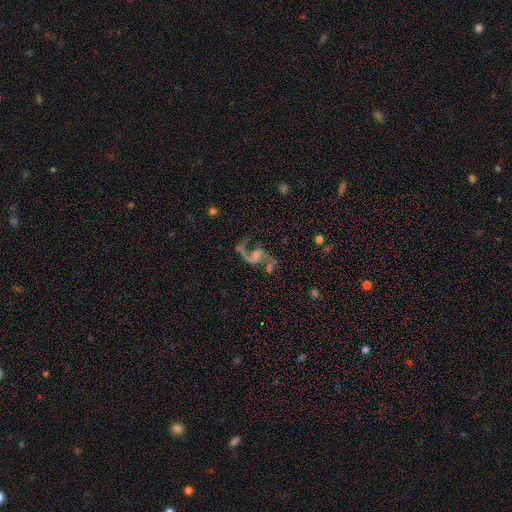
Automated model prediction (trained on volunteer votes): A featured or disk galaxy (77%) with no bar (51%), 2 (64%) loose (72%) spiral arms (87%) and no central bulge (41%). Merging: none (37%).